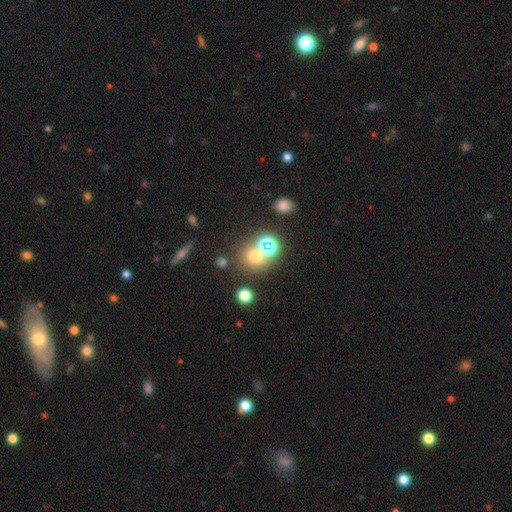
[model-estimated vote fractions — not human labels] Q: Smooth or featured?
A: smooth (60%); runner-up: star or artifact (30%)
Q: How rounded?
A: round (82%); runner-up: in between (17%)
Q: Merging?
A: none (65%); runner-up: merger (22%)